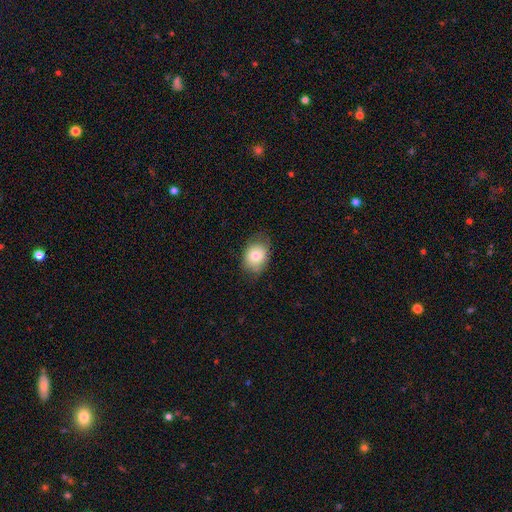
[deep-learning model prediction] A smooth galaxy with no disk features (78%) that is in between round and cigar-shaped (62%).

Vote fractions:
- Smooth or featured? smooth: 78% / featured or disk: 14% / star or artifact: 8%
- How rounded? in between: 62% / round: 37% / cigar-shaped: 1%
- Merging? none: 71% / minor disturbance: 22% / major disturbance: 6% / merger: 1%